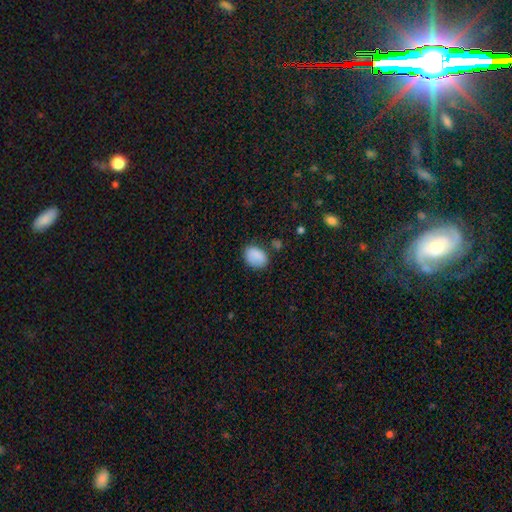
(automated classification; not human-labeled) A smooth galaxy with no disk features (87%) that is in between round and cigar-shaped (78%).

Vote fractions:
- Smooth or featured? smooth: 87% / star or artifact: 8% / featured or disk: 5%
- How rounded? in between: 78% / round: 21% / cigar-shaped: 1%
- Merging? none: 74% / minor disturbance: 19% / major disturbance: 5% / merger: 3%